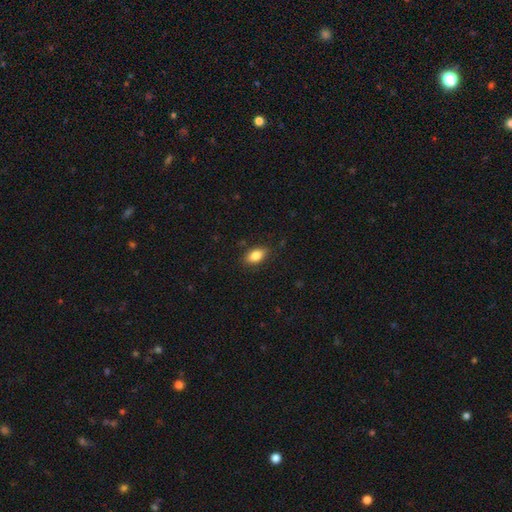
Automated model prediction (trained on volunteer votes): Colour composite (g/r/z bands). It shows a smooth galaxy with no disk features (84%) that is in between round and cigar-shaped (89%). Merging: none (85%).